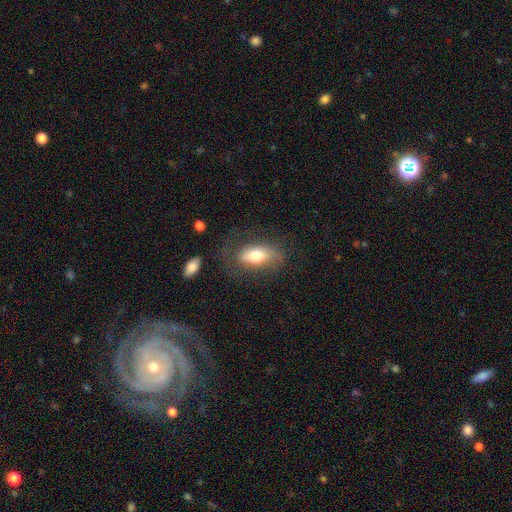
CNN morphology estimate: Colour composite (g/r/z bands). It shows a smooth galaxy with no disk features (72%) that is in between round and cigar-shaped (85%). Merging: none (65%).